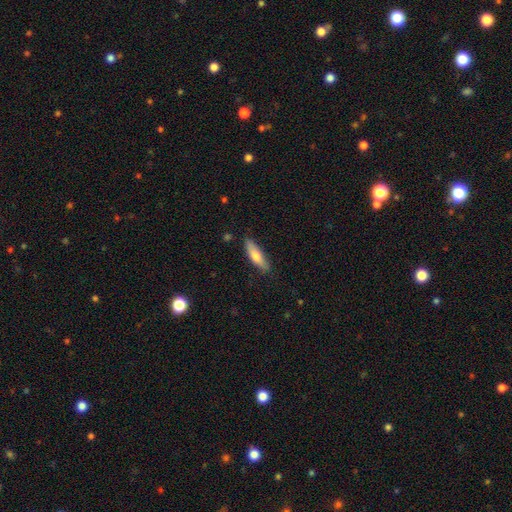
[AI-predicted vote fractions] smooth 70%, featured or disk 24%, star or artifact 6%. Down the decision tree: how rounded — cigar-shaped (63%); merging — none (81%).